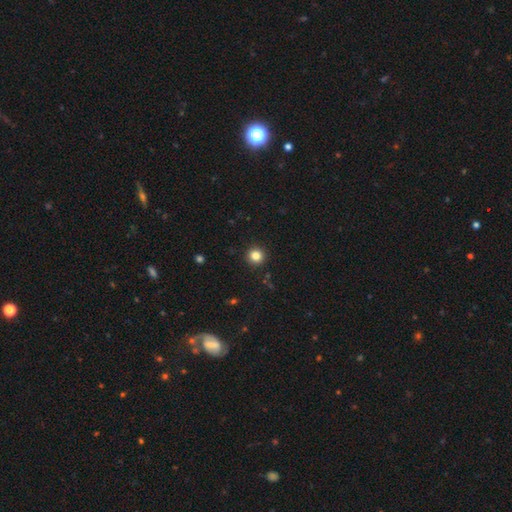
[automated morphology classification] Q: Smooth or featured?
A: smooth (83%); runner-up: star or artifact (12%)
Q: How rounded?
A: round (94%); runner-up: in between (5%)
Q: Merging?
A: none (92%); runner-up: minor disturbance (5%)